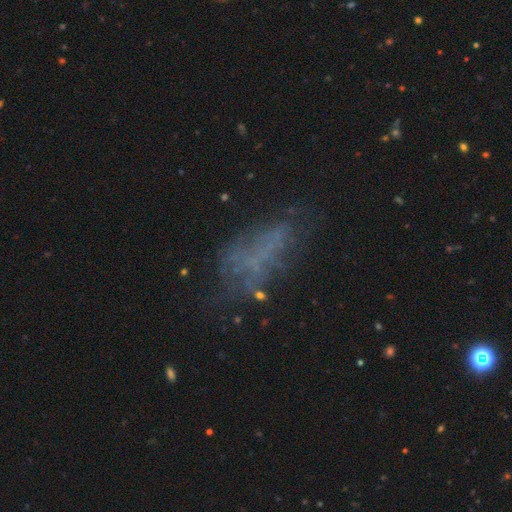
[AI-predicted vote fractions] smooth_or_featured: featured or disk (p=0.39) [alt: smooth p=0.36]
merging: none (p=0.45) [alt: major disturbance p=0.27]